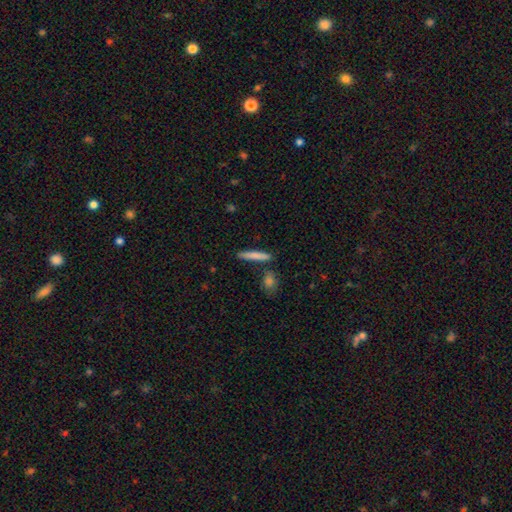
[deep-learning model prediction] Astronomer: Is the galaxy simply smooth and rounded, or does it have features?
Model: smooth — 77%.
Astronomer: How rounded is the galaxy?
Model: cigar-shaped — 90%.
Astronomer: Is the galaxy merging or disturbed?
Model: none — 84%.